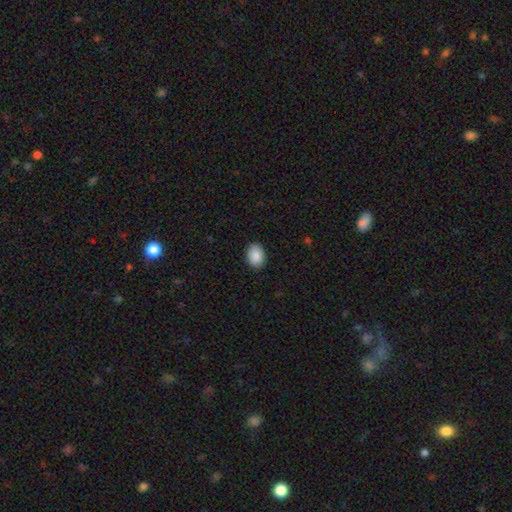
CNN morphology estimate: Overall: smooth (90%). How rounded: in between (80%). Merging: none (89%).